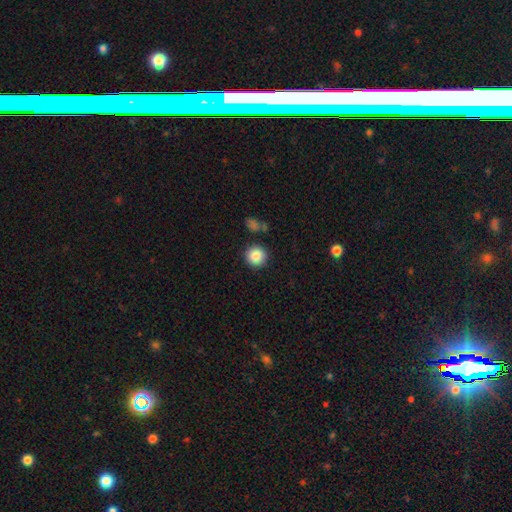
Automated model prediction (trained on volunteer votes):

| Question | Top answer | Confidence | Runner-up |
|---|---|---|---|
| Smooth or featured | smooth | 87% | star or artifact (9%) |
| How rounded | round | 95% | in between (4%) |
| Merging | none | 87% | minor disturbance (7%) |